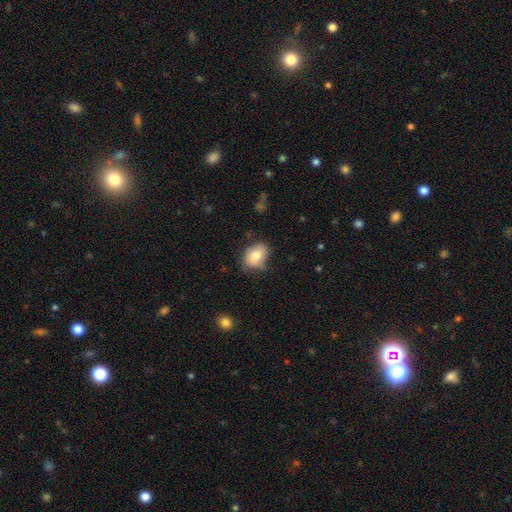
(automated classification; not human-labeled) Smooth or featured?
  - smooth: 76% *
  - featured or disk: 16%
  - star or artifact: 8%
How rounded?
  - in between: 64% *
  - round: 35%
  - cigar-shaped: 1%
Merging?
  - none: 55% *
  - minor disturbance: 33%
  - major disturbance: 9%
  - merger: 3%